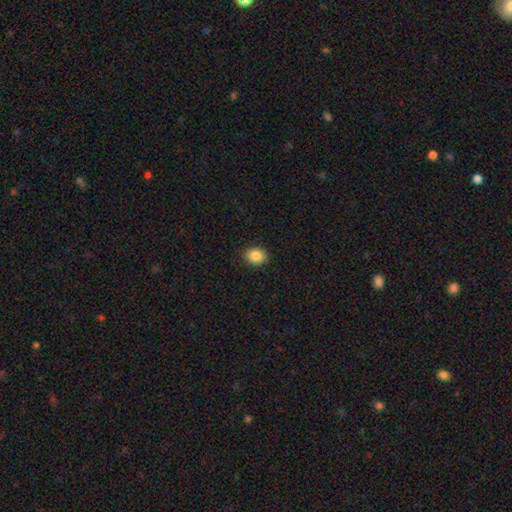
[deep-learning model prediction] A smooth galaxy with no disk features (87%) that is in between round and cigar-shaped (59%). Merging: none (90%).